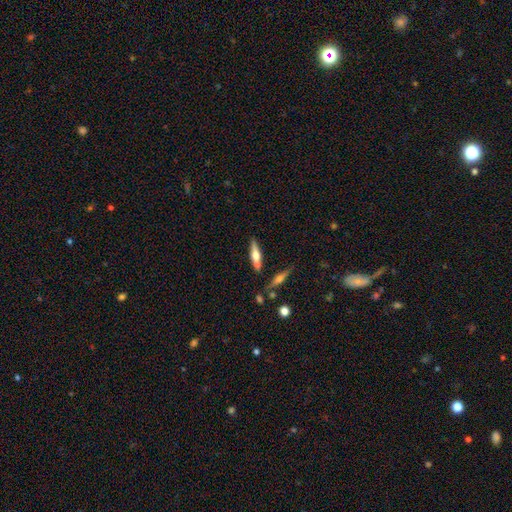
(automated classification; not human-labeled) Q: Smooth or featured?
A: featured or disk (57%); runner-up: smooth (36%)
Q: Edge-on disk?
A: yes (94%); runner-up: no (6%)
Q: Edge-on bulge?
A: rounded (93%); runner-up: boxy (5%)
Q: Merging?
A: none (64%); runner-up: merger (21%)